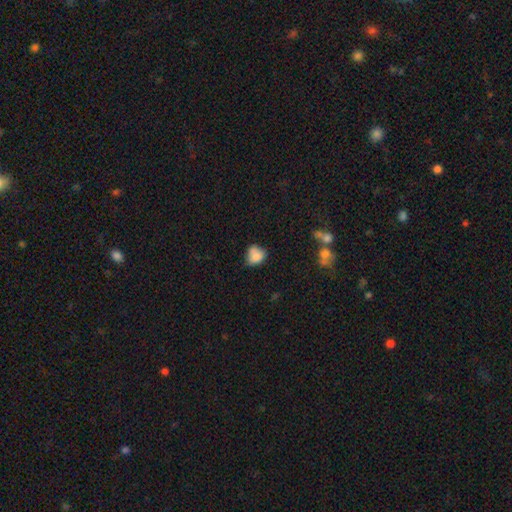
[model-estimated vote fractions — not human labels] A smooth galaxy with no disk features (78%) that is round (52%).

Vote fractions:
- Smooth or featured? smooth: 78% / featured or disk: 12% / star or artifact: 10%
- How rounded? round: 52% / in between: 46% / cigar-shaped: 1%
- Merging? none: 42% / minor disturbance: 33% / merger: 14% / major disturbance: 11%